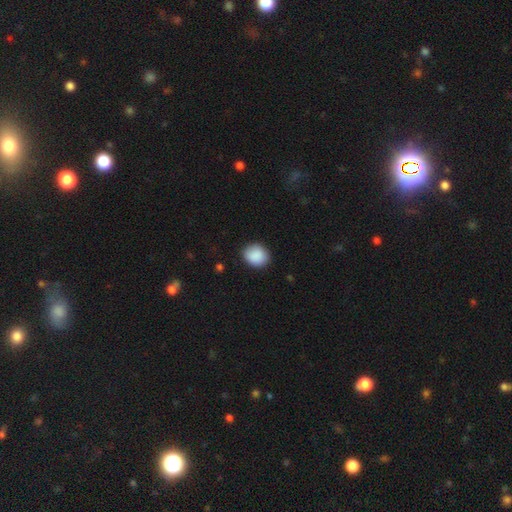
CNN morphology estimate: type=smooth (90%); roundness=round (64%); merging=none (87%).